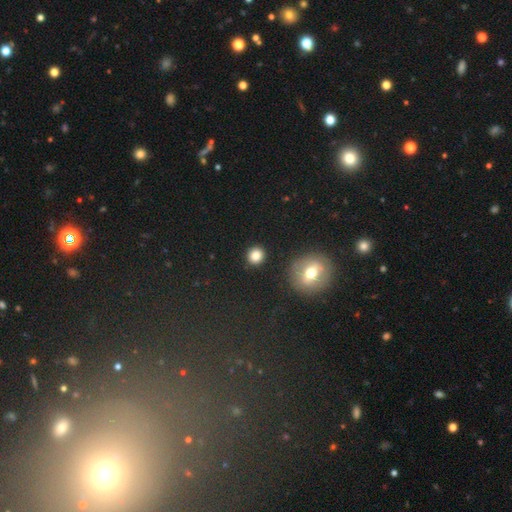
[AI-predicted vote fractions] A smooth galaxy with no disk features (83%) that is round (90%).

Vote fractions:
- Smooth or featured? smooth: 83% / star or artifact: 11% / featured or disk: 5%
- How rounded? round: 90% / in between: 9% / cigar-shaped: 1%
- Merging? none: 89% / minor disturbance: 6% / major disturbance: 2% / merger: 2%